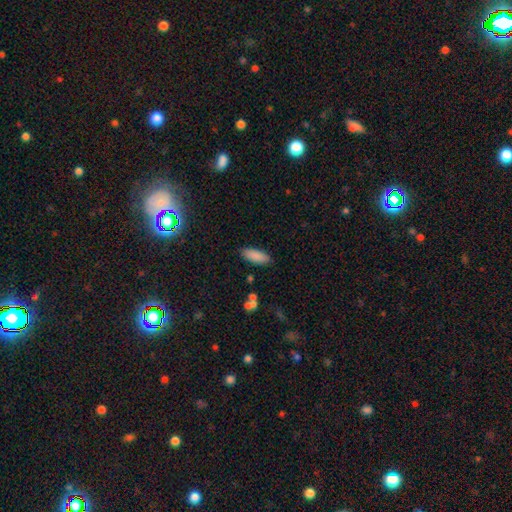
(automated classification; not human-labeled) smooth-or-featured: smooth: 87% | star or artifact: 7% | featured or disk: 6%
  how-rounded: in between: 70% | cigar-shaped: 28% | round: 2%
  merging: none: 86% | minor disturbance: 10% | major disturbance: 2% | merger: 2%